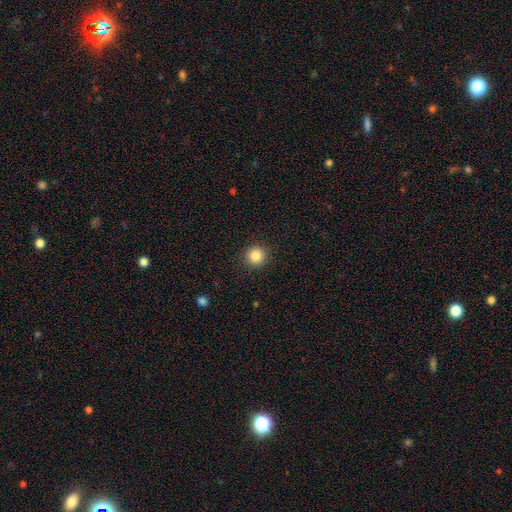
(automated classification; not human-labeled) Morphology: type=smooth (85%); roundness=round (93%); merging=none (91%).